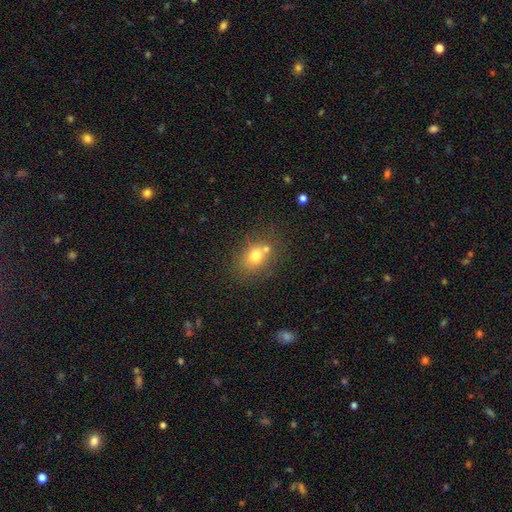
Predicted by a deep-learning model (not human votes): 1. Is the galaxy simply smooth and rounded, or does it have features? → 72% smooth, 15% featured or disk, 14% star or artifact.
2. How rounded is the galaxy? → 53% in between, 46% round, 1% cigar-shaped.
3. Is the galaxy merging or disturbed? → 59% none, 24% merger, 12% minor disturbance, 4% major disturbance.